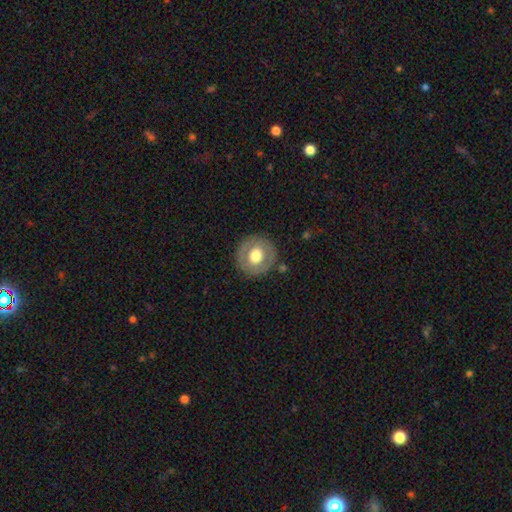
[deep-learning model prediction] Morphology: type=smooth (56%); roundness=round (92%); merging=none (86%).